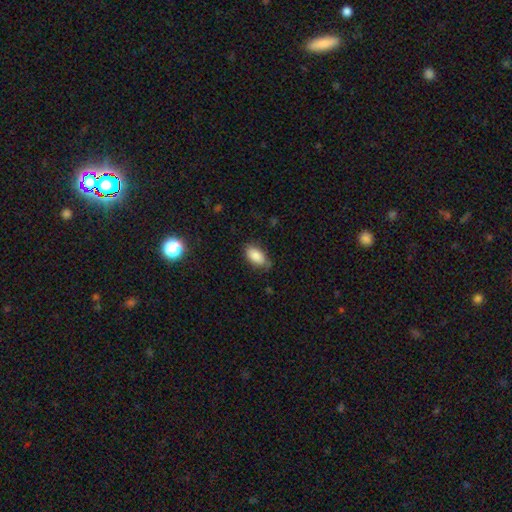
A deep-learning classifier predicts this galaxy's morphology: Smooth or featured?
  - smooth: 84% *
  - featured or disk: 8%
  - star or artifact: 8%
How rounded?
  - in between: 93% *
  - round: 4%
  - cigar-shaped: 3%
Merging?
  - none: 68% *
  - minor disturbance: 25%
  - major disturbance: 5%
  - merger: 2%